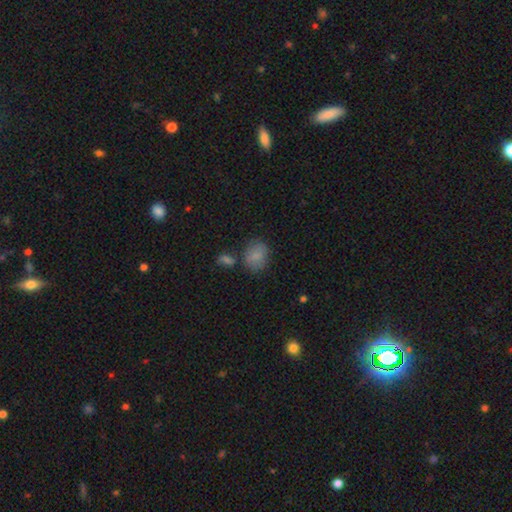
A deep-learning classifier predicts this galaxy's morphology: Smooth or featured? smooth (80%)
How rounded? in between (60%)
Merging? none (62%)